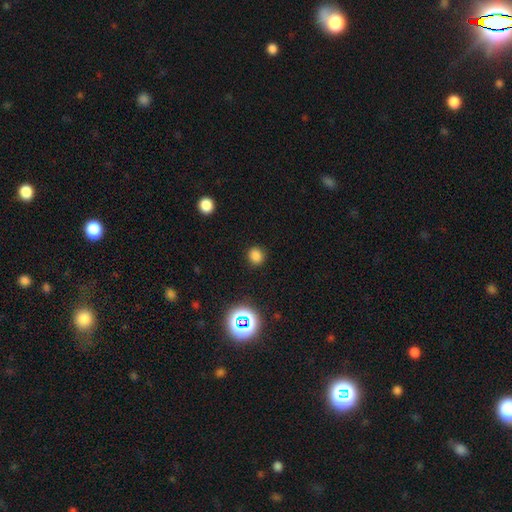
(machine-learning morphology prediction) Q: Smooth or featured?
A: smooth (78%); runner-up: star or artifact (17%)
Q: How rounded?
A: round (81%); runner-up: in between (18%)
Q: Merging?
A: none (90%); runner-up: minor disturbance (6%)